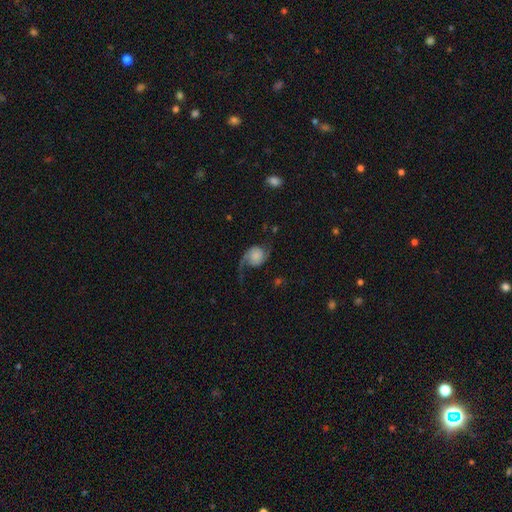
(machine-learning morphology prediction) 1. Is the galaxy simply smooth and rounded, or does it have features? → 75% featured or disk, 17% smooth, 8% star or artifact.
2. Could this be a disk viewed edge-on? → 98% no, 2% yes.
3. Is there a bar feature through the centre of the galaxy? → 75% no, 20% weak, 5% strong.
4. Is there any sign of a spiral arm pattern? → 96% yes, 4% no.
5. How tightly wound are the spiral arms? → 75% loose, 20% medium, 5% tight.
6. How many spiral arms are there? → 90% 2, 5% 1, 2% can't tell, 1% 3, 1% 4, 1% more than 4.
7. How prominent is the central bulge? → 25% none, 22% small, 19% large, 19% dominant, 14% moderate.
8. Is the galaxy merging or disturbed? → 61% none, 18% minor disturbance, 18% major disturbance, 3% merger.